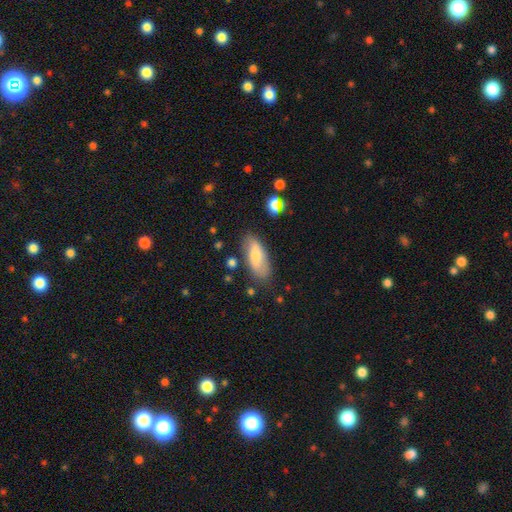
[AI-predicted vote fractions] Smooth or featured?
  - smooth: 70% *
  - featured or disk: 23%
  - star or artifact: 7%
How rounded?
  - in between: 79% *
  - cigar-shaped: 18%
  - round: 3%
Merging?
  - none: 73% *
  - minor disturbance: 19%
  - major disturbance: 5%
  - merger: 4%